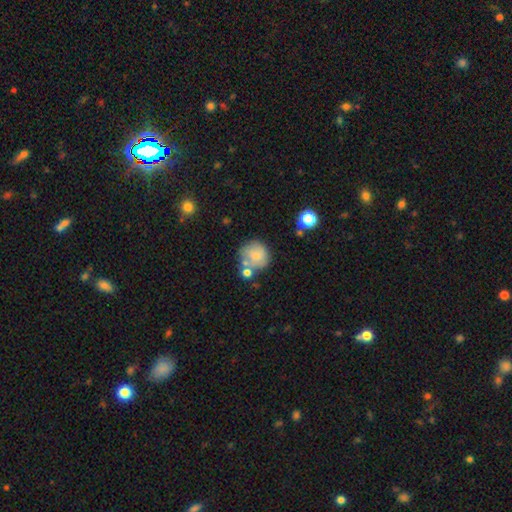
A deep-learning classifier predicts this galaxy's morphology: Q: Smooth or featured?
A: smooth (71%); runner-up: featured or disk (19%)
Q: How rounded?
A: round (91%); runner-up: in between (8%)
Q: Merging?
A: none (57%); runner-up: merger (20%)